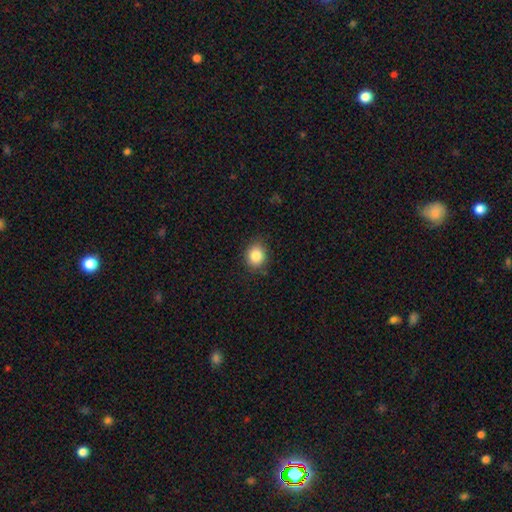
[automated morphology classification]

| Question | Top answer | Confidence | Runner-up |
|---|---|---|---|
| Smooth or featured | smooth | 85% | star or artifact (10%) |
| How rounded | round | 68% | in between (31%) |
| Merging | none | 85% | minor disturbance (12%) |